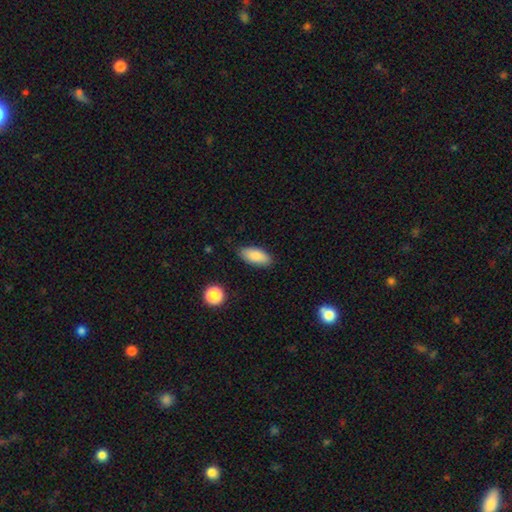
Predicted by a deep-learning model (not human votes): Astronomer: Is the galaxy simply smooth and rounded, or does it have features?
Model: smooth — 86%.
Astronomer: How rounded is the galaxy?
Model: in between — 87%.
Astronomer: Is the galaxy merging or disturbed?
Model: none — 84%.